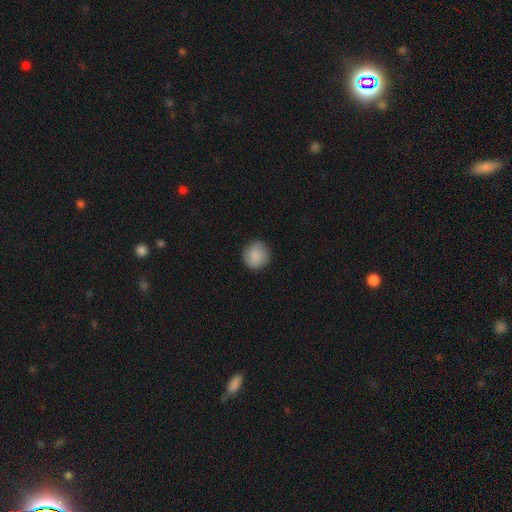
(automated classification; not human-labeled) smooth_or_featured: smooth (p=0.84) [alt: featured or disk p=0.09]
how_rounded: round (p=0.90) [alt: in between p=0.09]
merging: none (p=0.81) [alt: minor disturbance p=0.14]